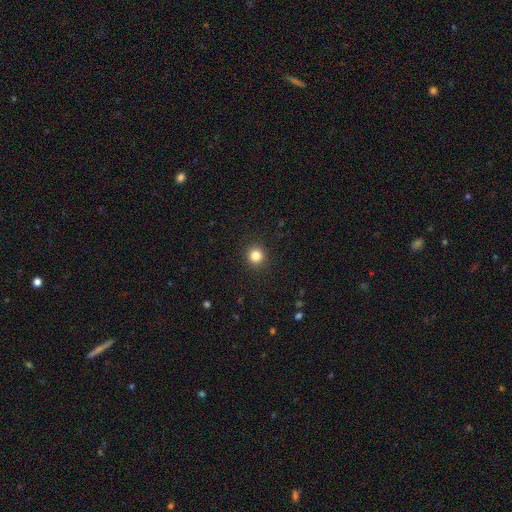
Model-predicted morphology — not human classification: This is clearly a smooth galaxy (83%). How rounded: clearly round (94%). Merging: clearly none (93%).